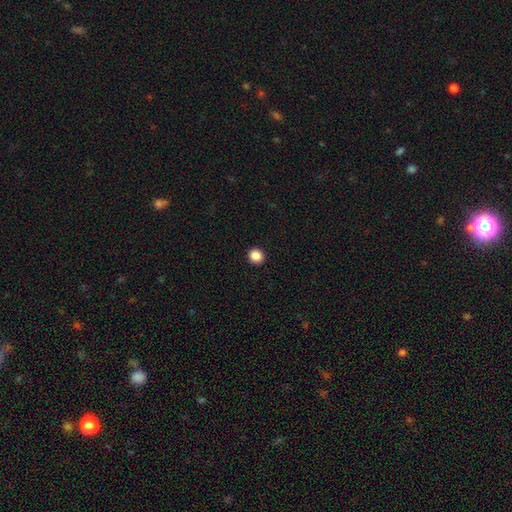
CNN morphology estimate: Smooth or featured? smooth (88%)
How rounded? round (92%)
Merging? none (94%)